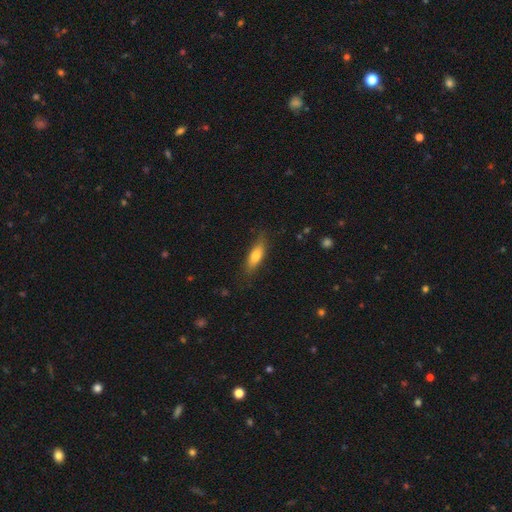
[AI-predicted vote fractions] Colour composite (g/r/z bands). It shows a smooth galaxy with no disk features (72%) that is in between round and cigar-shaped (53%). Merging: none (78%).